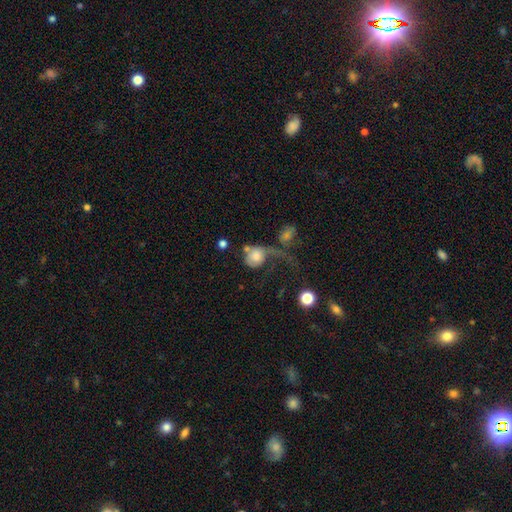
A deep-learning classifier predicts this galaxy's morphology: smooth 64%, featured or disk 27%, star or artifact 9%. Down the decision tree: how rounded — round (66%); merging — major disturbance (46%).